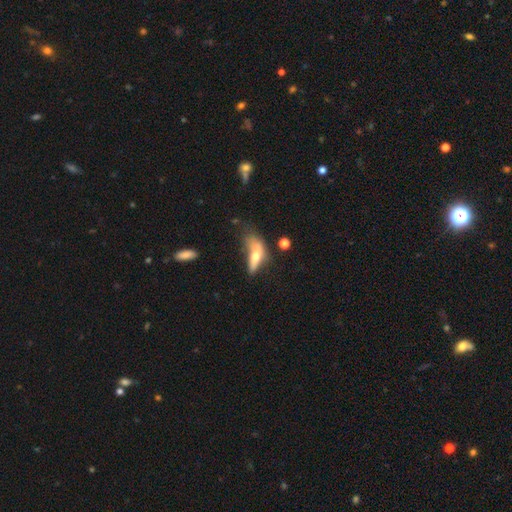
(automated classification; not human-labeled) Smooth or featured?
  - smooth: 59% *
  - featured or disk: 33%
  - star or artifact: 8%
How rounded?
  - in between: 53% *
  - cigar-shaped: 44%
  - round: 3%
Merging?
  - major disturbance: 36% *
  - minor disturbance: 29%
  - none: 24%
  - merger: 11%